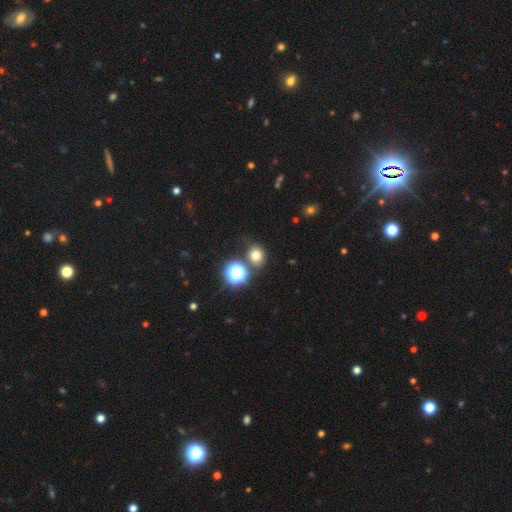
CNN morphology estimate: Overall: smooth (71%). How rounded: round (67%; in between 32%). Merging: none (75%).